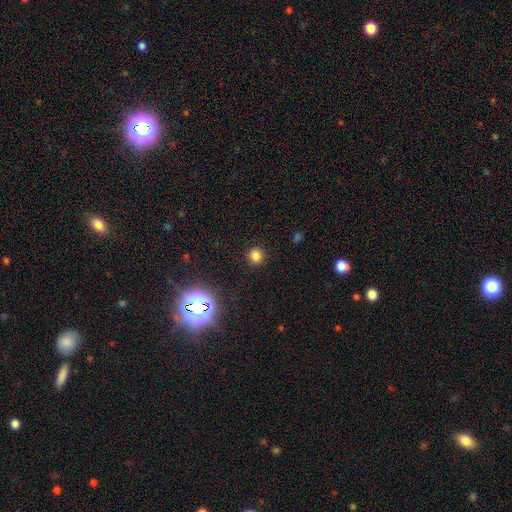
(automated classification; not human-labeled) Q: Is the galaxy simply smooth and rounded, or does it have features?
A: smooth — 77%.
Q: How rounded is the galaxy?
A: round — 90%.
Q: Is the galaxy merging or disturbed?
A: none — 89%.